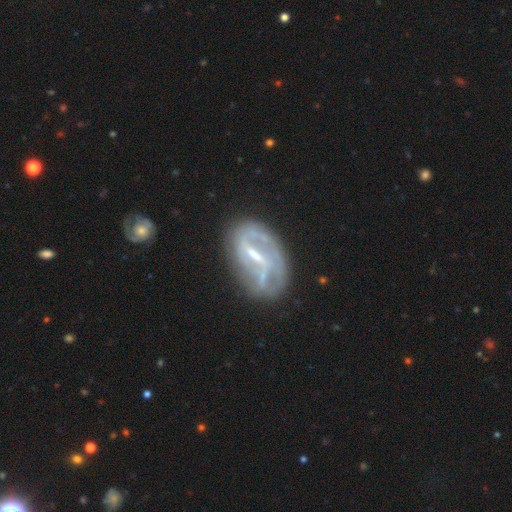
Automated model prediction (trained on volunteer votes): A featured or disk galaxy (76%) with a strong bar (44%), 2 (40%) medium (38%) spiral arms (70%) and a small central bulge (50%). Merging: none (55%).